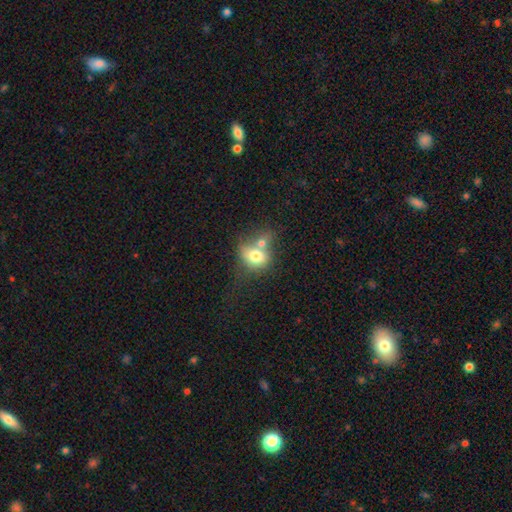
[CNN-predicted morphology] Smooth or featured? Predicted: smooth (p=0.72). How rounded? Predicted: in between (p=0.53). Merging? Predicted: merger (p=0.57).